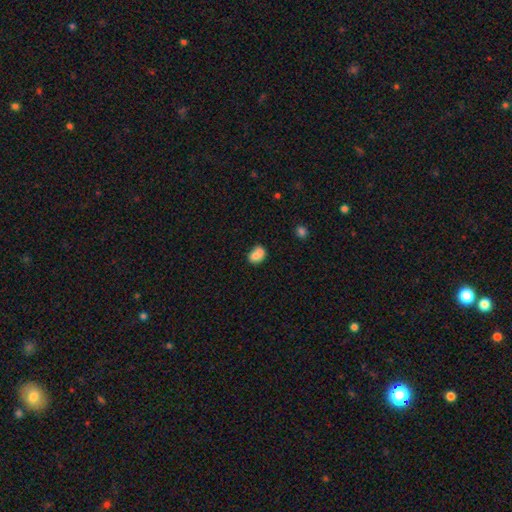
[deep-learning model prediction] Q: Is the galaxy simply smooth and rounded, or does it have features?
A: smooth — 75%.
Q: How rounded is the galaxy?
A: in between — 59%.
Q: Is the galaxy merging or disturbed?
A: merger — 43%.